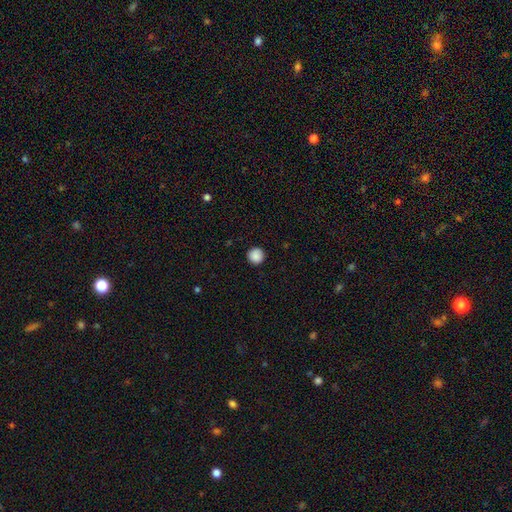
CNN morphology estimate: A smooth galaxy with no disk features (89%) that is round (96%).

Vote fractions:
- Smooth or featured? smooth: 89% / star or artifact: 9% / featured or disk: 3%
- How rounded? round: 96% / in between: 3% / cigar-shaped: 1%
- Merging? none: 91% / minor disturbance: 6% / major disturbance: 2% / merger: 1%